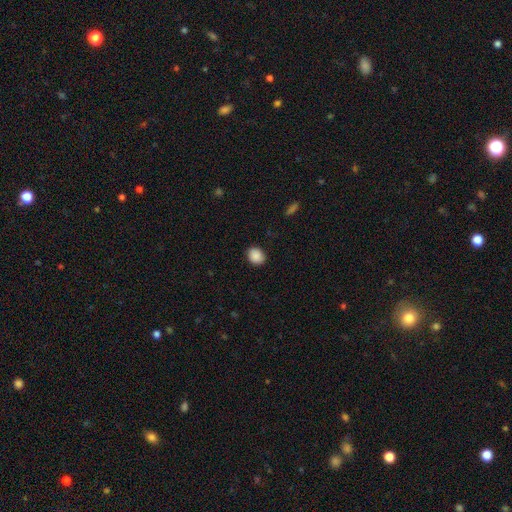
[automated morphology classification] smooth 89%, star or artifact 8%, featured or disk 3%. Down the decision tree: how rounded — round (61%); merging — none (88%).